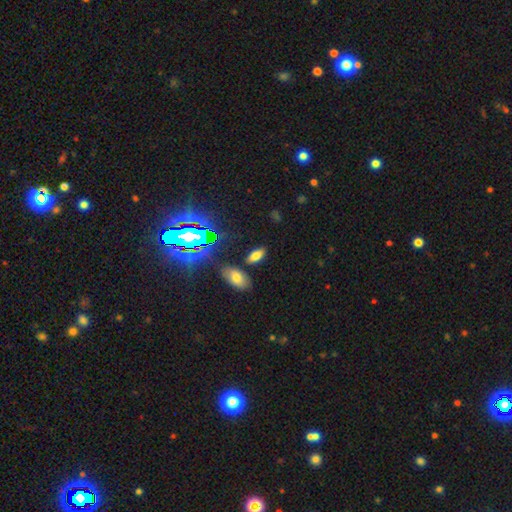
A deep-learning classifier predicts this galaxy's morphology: This is likely a smooth galaxy (69%). How rounded: clearly in between (88%). Merging: clearly none (82%).